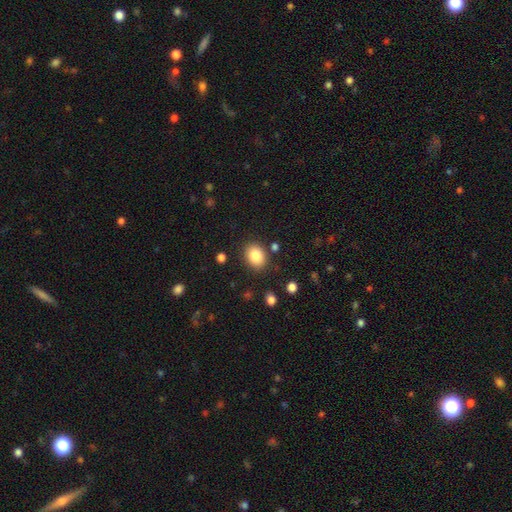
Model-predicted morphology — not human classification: smooth_or_featured: smooth (p=0.85) [alt: star or artifact p=0.09]
how_rounded: in between (p=0.51) [alt: round p=0.48]
merging: none (p=0.85) [alt: minor disturbance p=0.09]